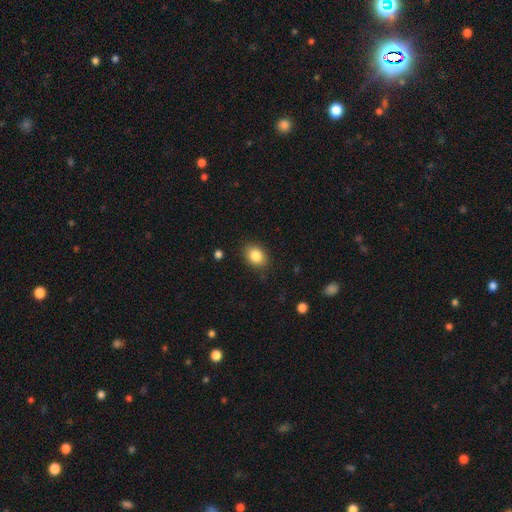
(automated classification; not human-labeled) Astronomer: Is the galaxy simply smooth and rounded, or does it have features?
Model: smooth — 85%.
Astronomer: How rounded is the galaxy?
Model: in between — 65%.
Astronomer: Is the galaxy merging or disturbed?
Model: none — 85%.